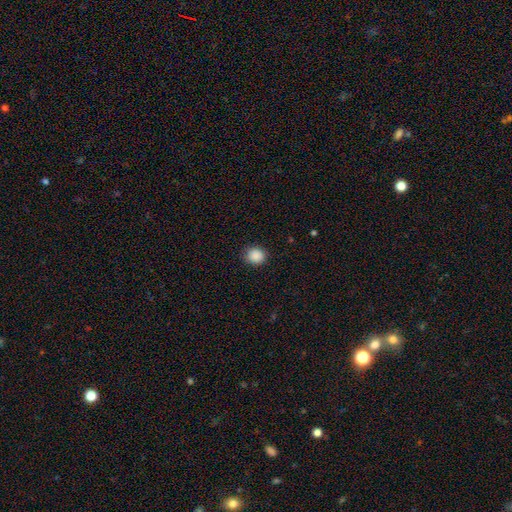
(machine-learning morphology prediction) type=smooth (89%); roundness=round (77%); merging=none (87%).